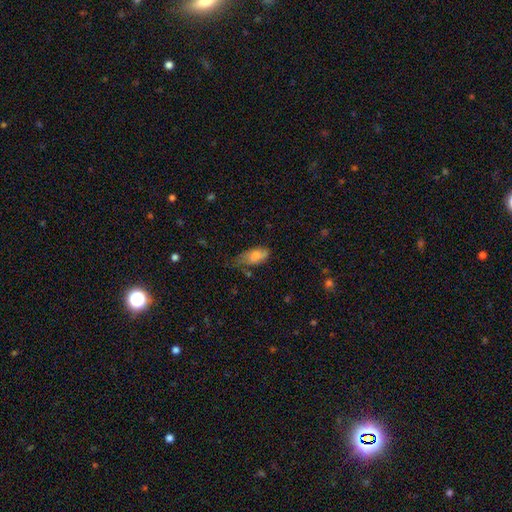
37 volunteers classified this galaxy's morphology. smooth_or_featured: smooth (p=0.78) [alt: featured or disk p=0.22]
how_rounded: in between (p=0.97) [alt: round p=0.03]
merging: minor disturbance (p=0.46) [alt: none p=0.32]